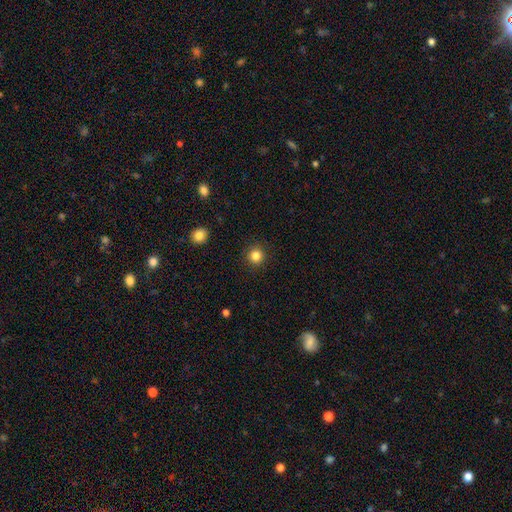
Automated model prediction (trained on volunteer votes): Smooth or featured?
  - smooth: 84% *
  - star or artifact: 12%
  - featured or disk: 4%
How rounded?
  - round: 95% *
  - in between: 5%
  - cigar-shaped: 1%
Merging?
  - none: 92% *
  - minor disturbance: 5%
  - major disturbance: 2%
  - merger: 1%